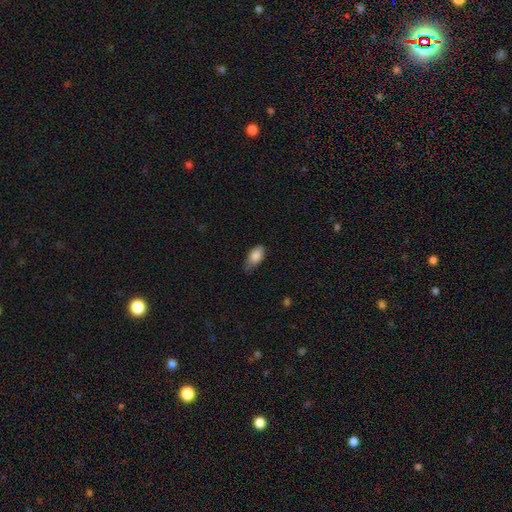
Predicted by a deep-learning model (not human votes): Smooth or featured?
  - smooth: 85% *
  - featured or disk: 9%
  - star or artifact: 7%
How rounded?
  - in between: 91% *
  - cigar-shaped: 6%
  - round: 4%
Merging?
  - none: 58% *
  - minor disturbance: 34%
  - major disturbance: 6%
  - merger: 1%